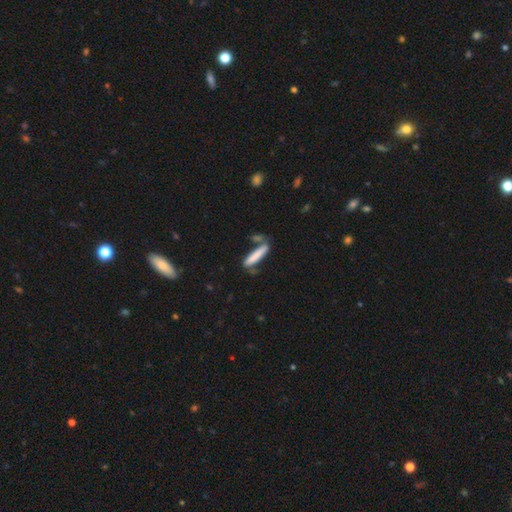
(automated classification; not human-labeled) smooth 79%, featured or disk 15%, star or artifact 6%. Down the decision tree: how rounded — cigar-shaped (88%); merging — none (65%).